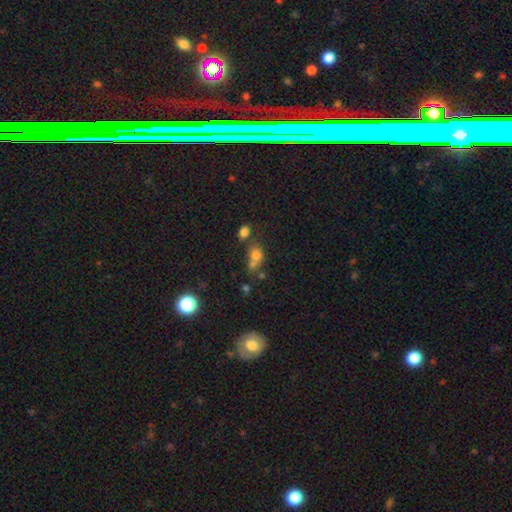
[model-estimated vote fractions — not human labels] Smooth or featured? smooth (70%)
How rounded? round (62%)
Merging? merger (43%)